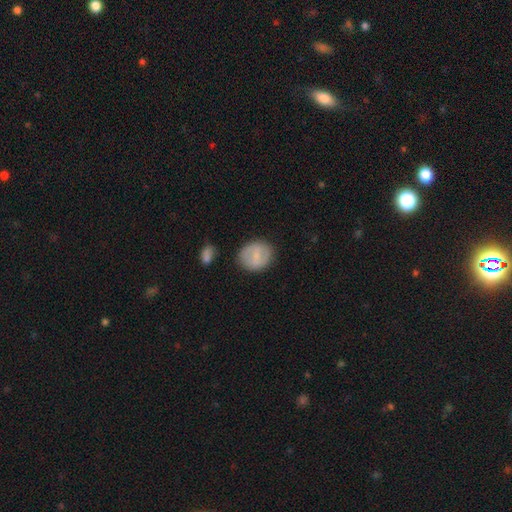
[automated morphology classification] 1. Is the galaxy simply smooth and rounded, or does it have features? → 60% smooth, 33% featured or disk, 7% star or artifact.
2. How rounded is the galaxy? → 64% round, 35% in between, 1% cigar-shaped.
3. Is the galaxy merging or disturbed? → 80% none, 13% minor disturbance, 4% major disturbance, 3% merger.